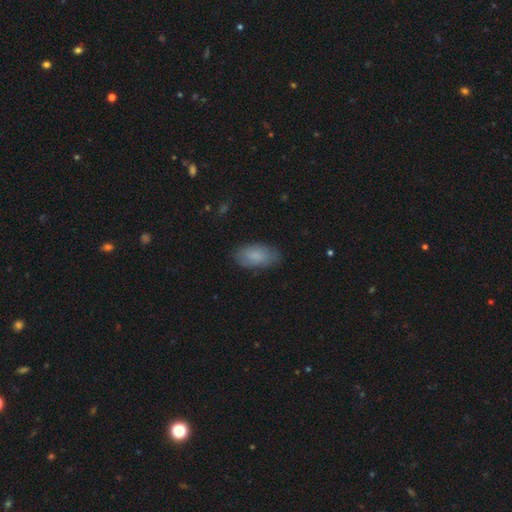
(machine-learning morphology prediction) This appears to be a smooth galaxy with no disk features (81%) that is in between round and cigar-shaped (93%). Merging: none (79%).